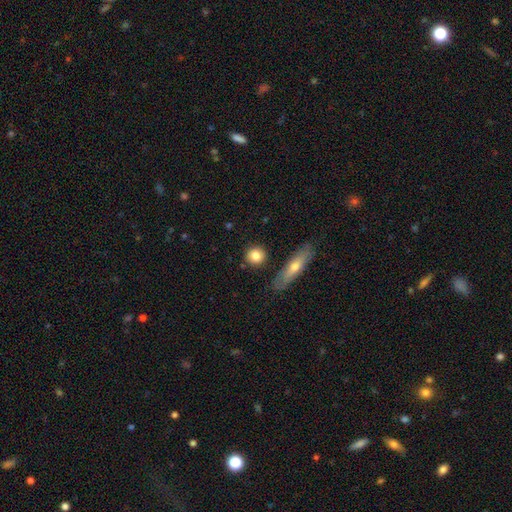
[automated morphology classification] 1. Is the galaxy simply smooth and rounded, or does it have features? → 81% smooth, 12% featured or disk, 7% star or artifact.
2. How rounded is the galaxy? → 80% round, 14% in between, 6% cigar-shaped.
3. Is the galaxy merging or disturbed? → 84% none, 9% minor disturbance, 4% merger, 3% major disturbance.